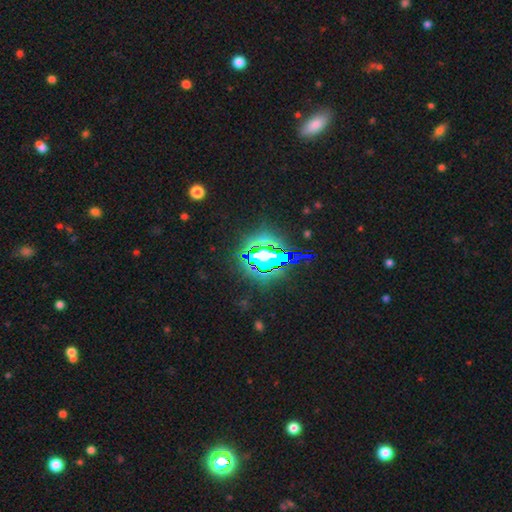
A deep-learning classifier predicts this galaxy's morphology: Overall: star or artifact (72%).